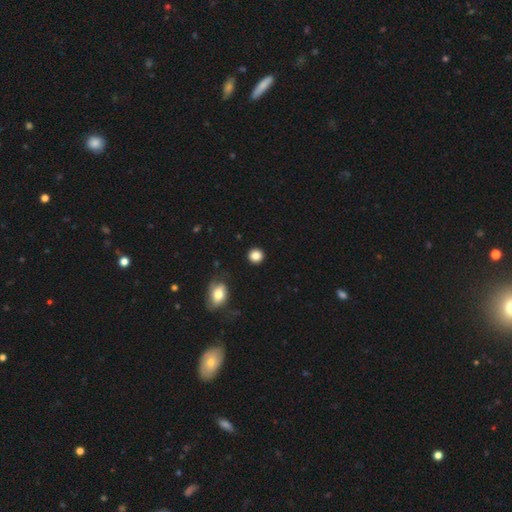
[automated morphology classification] This is clearly a smooth galaxy (85%). How rounded: clearly round (91%). Merging: clearly none (90%).